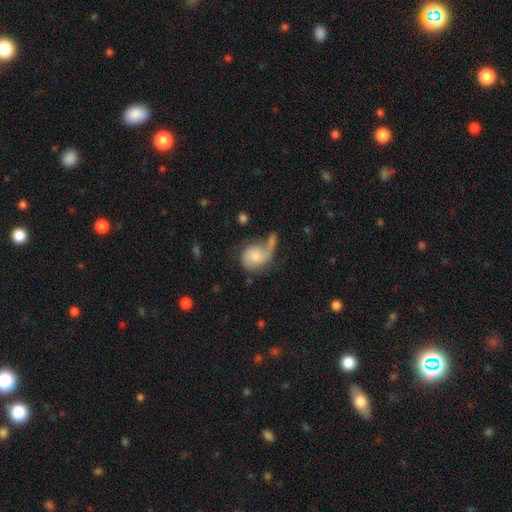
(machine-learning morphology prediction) The model was most divided on "smooth or featured": featured or disk: 47%, smooth: 46%, star or artifact: 7%. Remaining: merging — major disturbance (33%).